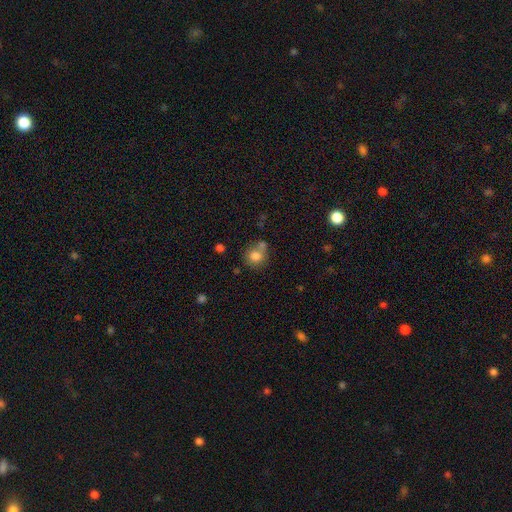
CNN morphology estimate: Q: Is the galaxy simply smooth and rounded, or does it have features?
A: smooth — 79%.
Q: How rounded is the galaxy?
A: round — 80%.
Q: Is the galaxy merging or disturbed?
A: none — 52%.